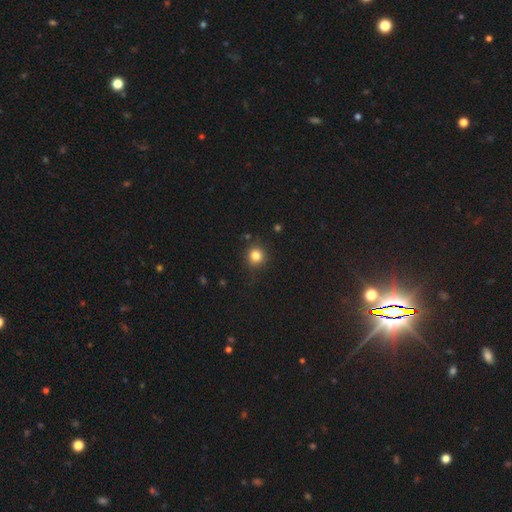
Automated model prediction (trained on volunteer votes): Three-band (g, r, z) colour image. It shows a smooth galaxy with no disk features (83%) that is round (91%). Merging: none (86%).